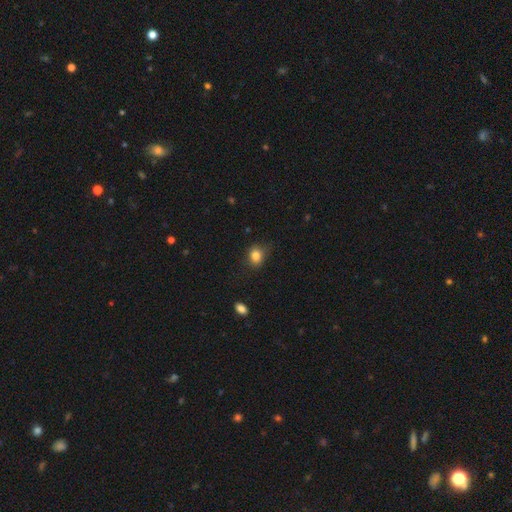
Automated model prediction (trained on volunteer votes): A smooth galaxy with no disk features (83%) that is round (59%). Merging: none (75%).